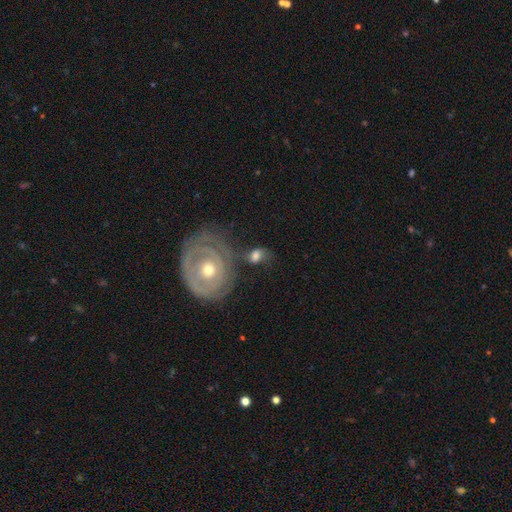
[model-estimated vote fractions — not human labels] smooth-or-featured: smooth: 53% | featured or disk: 39% | star or artifact: 8%
  how-rounded: in between: 61% | round: 37% | cigar-shaped: 2%
  merging: none: 51% | merger: 19% | minor disturbance: 19% | major disturbance: 12%